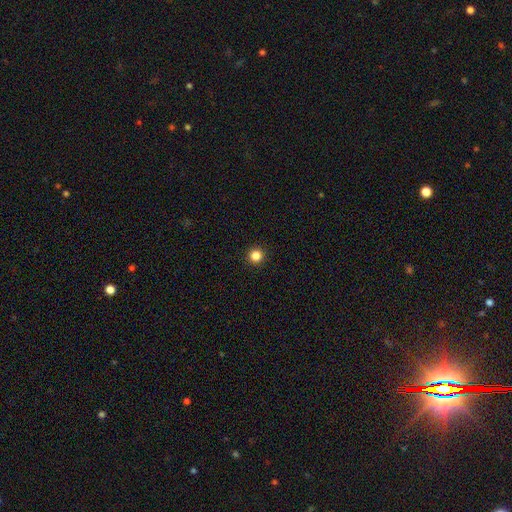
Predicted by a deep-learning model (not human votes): Q: Smooth or featured?
A: smooth (84%); runner-up: star or artifact (13%)
Q: How rounded?
A: round (96%); runner-up: in between (3%)
Q: Merging?
A: none (94%); runner-up: minor disturbance (4%)